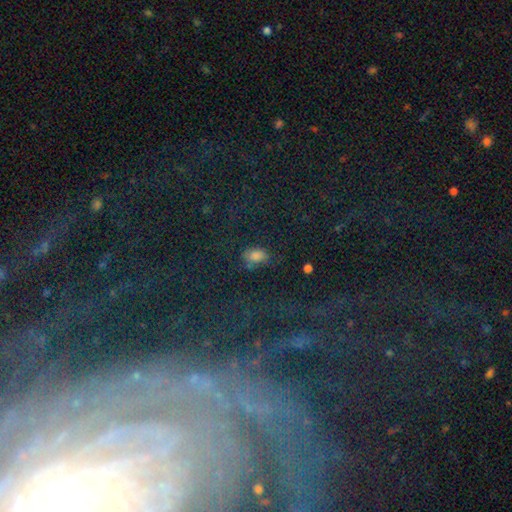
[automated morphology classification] Smooth or featured: smooth — 66% (star or artifact — 25%)
How rounded: in between — 81% (round — 16%)
Merging: none — 71% (minor disturbance — 17%)